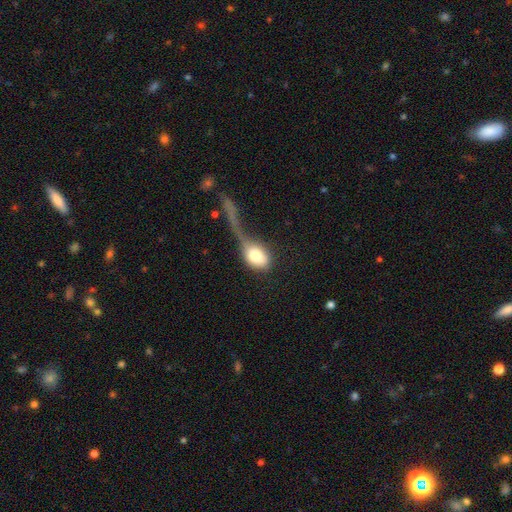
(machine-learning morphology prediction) smooth-or-featured: smooth: 76% | featured or disk: 17% | star or artifact: 7%
  how-rounded: in between: 72% | round: 25% | cigar-shaped: 4%
  merging: major disturbance: 53% | none: 18% | minor disturbance: 17% | merger: 12%